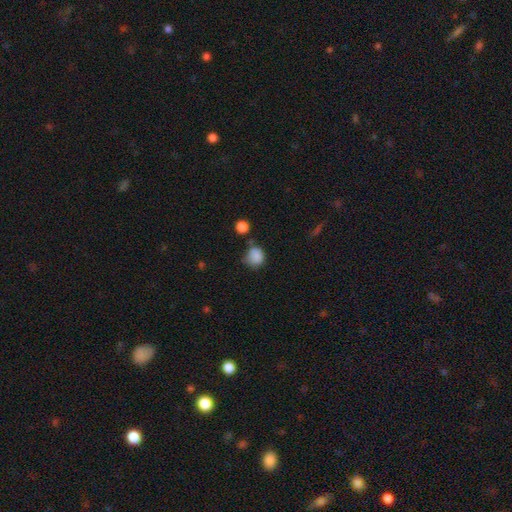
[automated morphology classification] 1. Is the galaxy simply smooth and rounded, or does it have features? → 84% smooth, 10% star or artifact, 5% featured or disk.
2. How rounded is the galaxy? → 76% round, 23% in between, 1% cigar-shaped.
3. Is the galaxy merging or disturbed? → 54% none, 30% minor disturbance, 9% major disturbance, 8% merger.